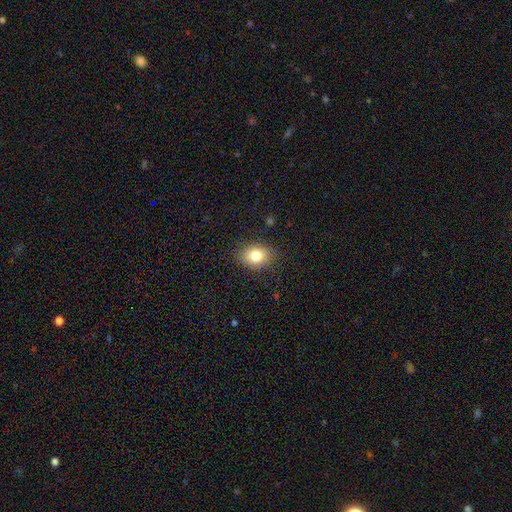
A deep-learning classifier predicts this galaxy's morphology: Smooth or featured? Predicted: smooth (p=0.81). How rounded? Predicted: in between (p=0.63). Merging? Predicted: none (p=0.86).